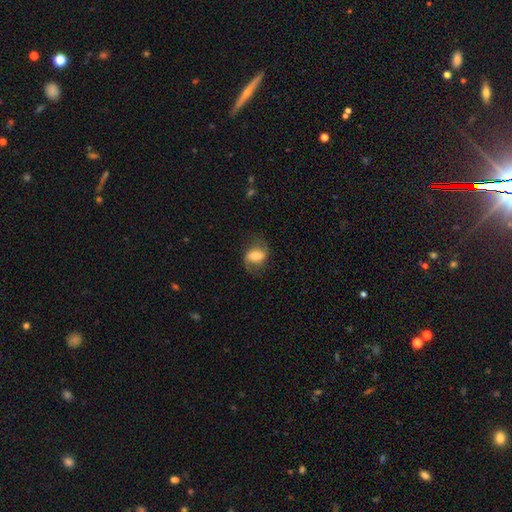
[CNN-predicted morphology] Smooth or featured? featured or disk (50%)
Edge-on disk? no (94%)
Merging? none (69%)